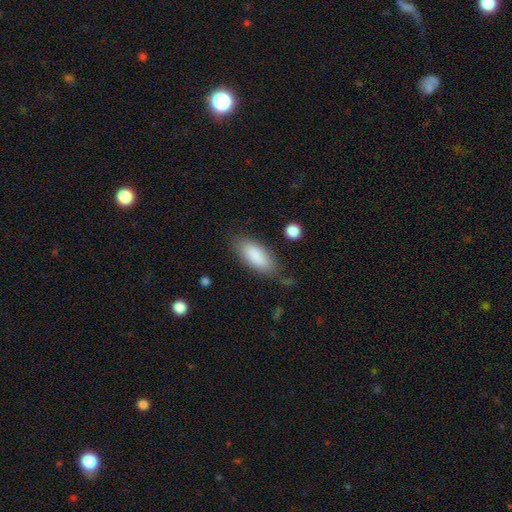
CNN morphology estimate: The model was most divided on "merging": none: 73%, minor disturbance: 18%, major disturbance: 6%, merger: 3%. More confident: smooth or featured — smooth (87%); how rounded — in between (84%).